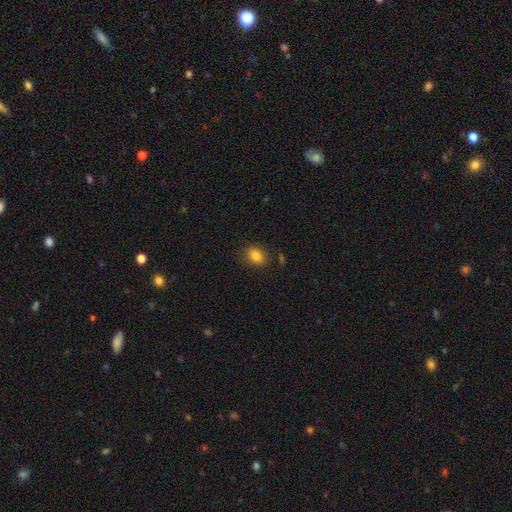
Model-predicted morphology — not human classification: A smooth galaxy with no disk features (84%) that is in between round and cigar-shaped (62%). Merging: none (83%).